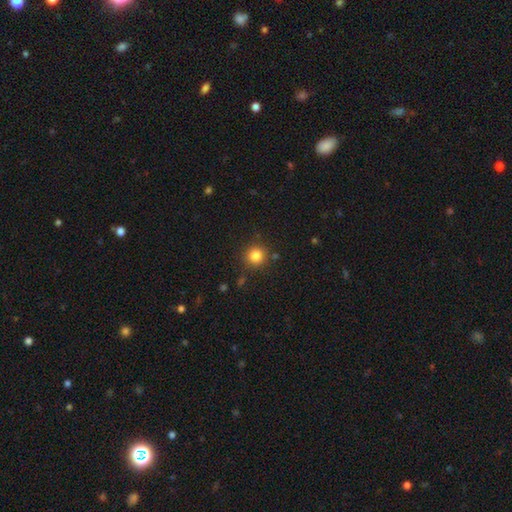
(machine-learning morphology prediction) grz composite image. It shows a smooth galaxy with no disk features (83%) that is round (93%). Merging: none (87%).